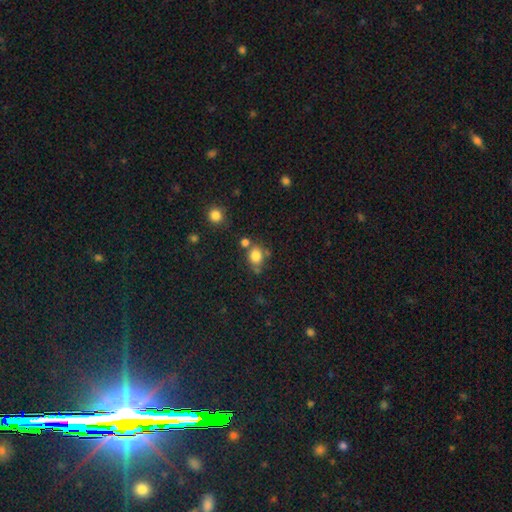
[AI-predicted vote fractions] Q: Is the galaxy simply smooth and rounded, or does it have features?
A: smooth — 81%.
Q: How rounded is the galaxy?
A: round — 53%.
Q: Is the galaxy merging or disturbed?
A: none — 58%.